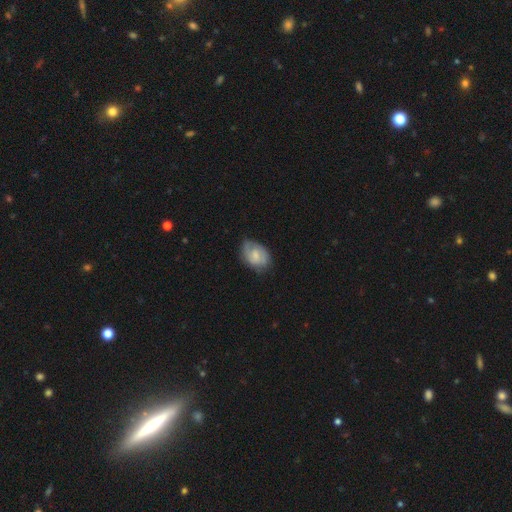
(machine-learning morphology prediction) The model was most divided on "smooth or featured": smooth: 52%, featured or disk: 42%, star or artifact: 7%. More confident: how rounded — in between (79%); merging — none (65%).